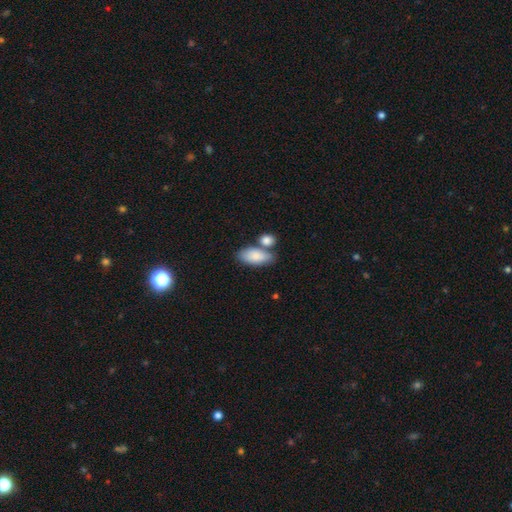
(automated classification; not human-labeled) Smooth or featured: smooth — 84% (featured or disk — 11%)
How rounded: in between — 91% (cigar-shaped — 6%)
Merging: none — 50% (merger — 32%)